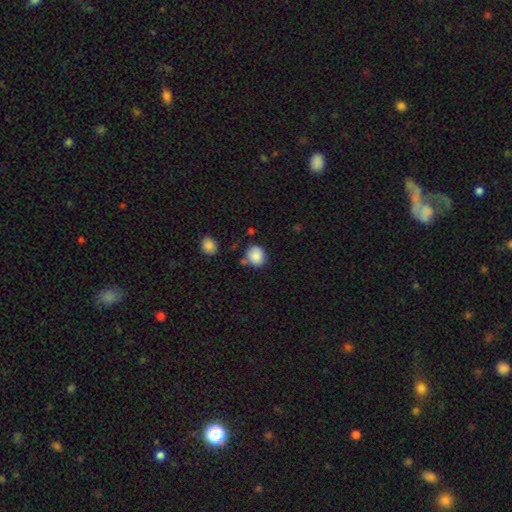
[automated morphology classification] The model was most divided on "how rounded": round: 73%, in between: 26%, cigar-shaped: 1%. More confident: smooth or featured — smooth (87%); merging — none (71%).